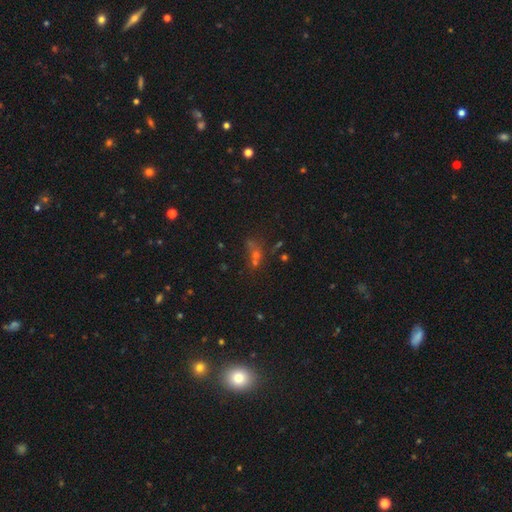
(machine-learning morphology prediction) smooth-or-featured: star or artifact: 44% | smooth: 38% | featured or disk: 19%